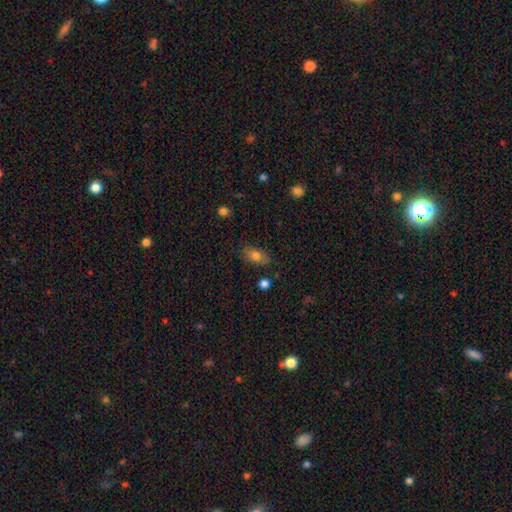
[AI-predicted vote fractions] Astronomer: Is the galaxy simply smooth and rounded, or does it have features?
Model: smooth — 77%.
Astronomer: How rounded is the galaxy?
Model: in between — 85%.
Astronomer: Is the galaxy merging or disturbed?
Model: none — 81%.